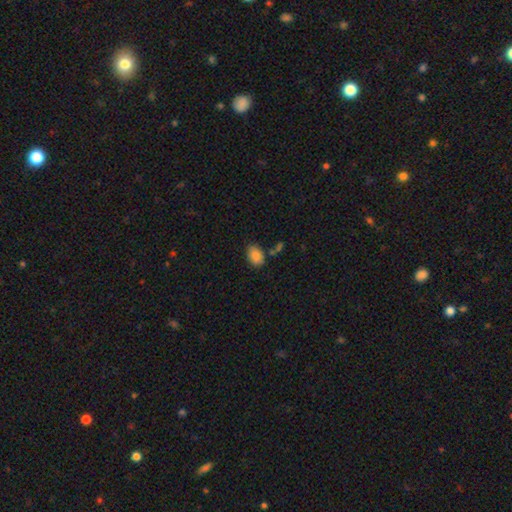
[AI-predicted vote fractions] The model was most divided on "merging": none: 72%, minor disturbance: 16%, merger: 8%, major disturbance: 4%. More confident: smooth or featured — smooth (84%); how rounded — in between (81%).